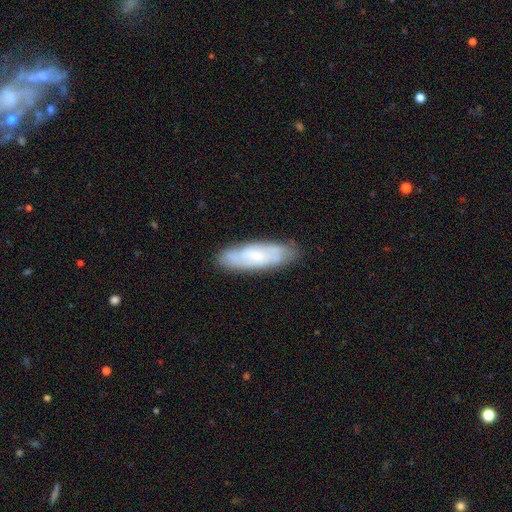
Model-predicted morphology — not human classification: Smooth or featured? Predicted: featured or disk (p=0.50). Merging? Predicted: none (p=0.80).